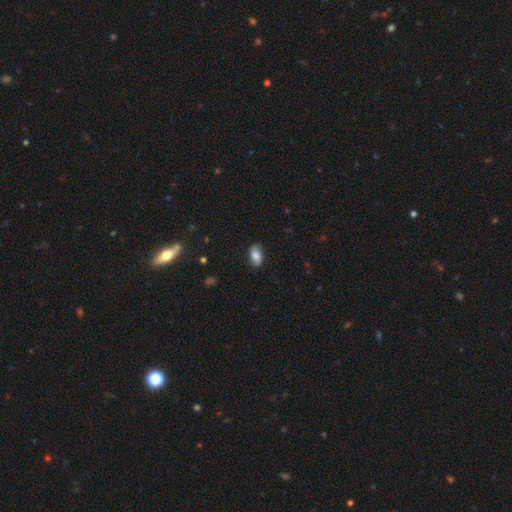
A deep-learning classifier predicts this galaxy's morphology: type=smooth (79%); roundness=in between (91%); merging=none (82%).